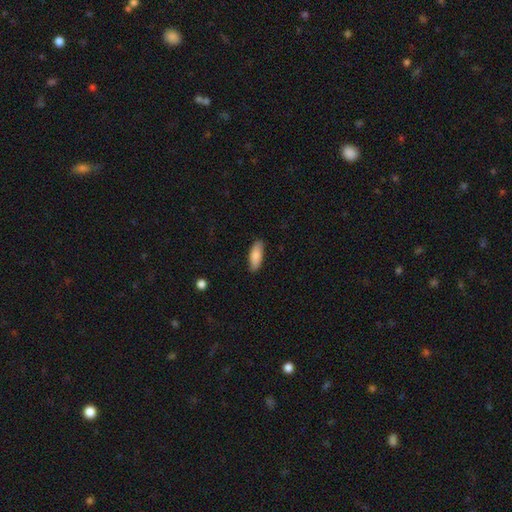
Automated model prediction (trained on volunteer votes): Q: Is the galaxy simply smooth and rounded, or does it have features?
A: smooth — 84%.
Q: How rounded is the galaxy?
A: in between — 69%.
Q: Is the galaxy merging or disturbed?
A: none — 85%.